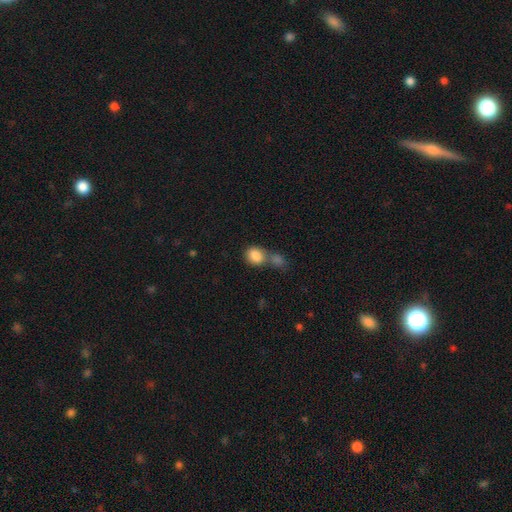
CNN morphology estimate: smooth_or_featured: smooth (p=0.85) [alt: star or artifact p=0.08]
how_rounded: round (p=0.54) [alt: in between p=0.44]
merging: merger (p=0.51) [alt: none p=0.35]